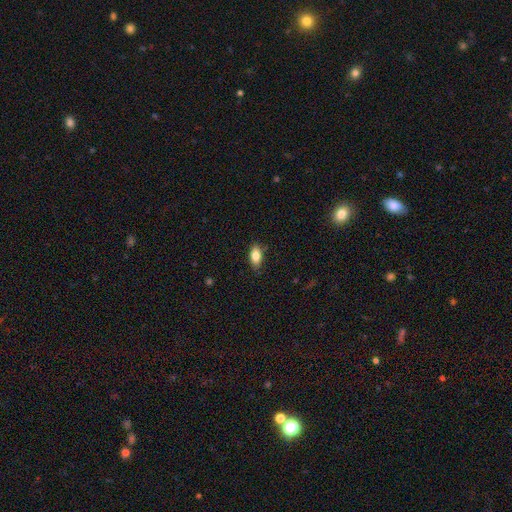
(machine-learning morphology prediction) Smooth or featured? smooth (83%)
How rounded? in between (89%)
Merging? none (83%)